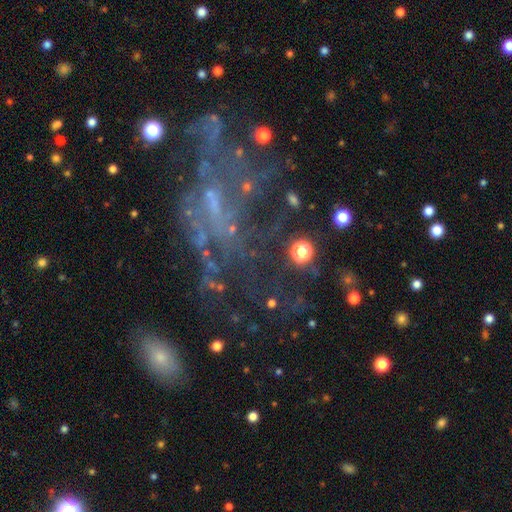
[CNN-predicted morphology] featured or disk 59%, star or artifact 26%, smooth 15%. Down the decision tree: edge-on disk — no (95%); bar — no (65%); spiral arms — no (63%); bulge size — none (56%); merging — major disturbance (38%).